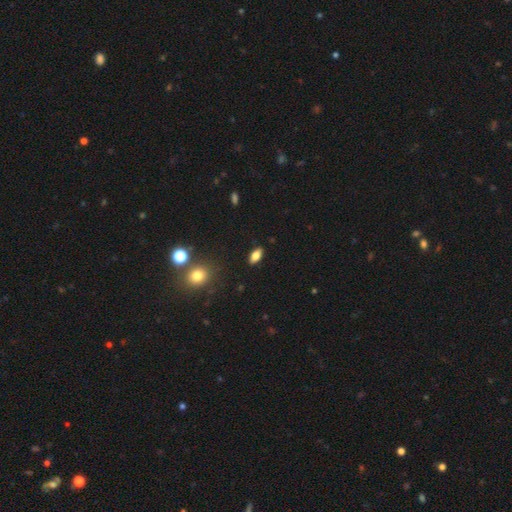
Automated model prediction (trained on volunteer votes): Smooth or featured? smooth (77%)
How rounded? in between (86%)
Merging? none (88%)